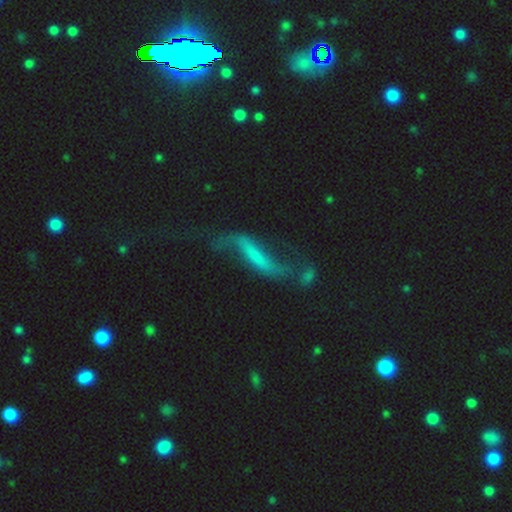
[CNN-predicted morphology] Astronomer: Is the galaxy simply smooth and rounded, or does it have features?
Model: featured or disk — 72%.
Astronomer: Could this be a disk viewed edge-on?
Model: no — 81%.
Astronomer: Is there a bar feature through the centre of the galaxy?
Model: strong — 47% (runner-up: weak, 28%).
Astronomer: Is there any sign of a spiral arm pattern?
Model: yes — 83%.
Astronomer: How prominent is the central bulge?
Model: none — 58%.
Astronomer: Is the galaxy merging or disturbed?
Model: none — 46% (runner-up: major disturbance, 23%).